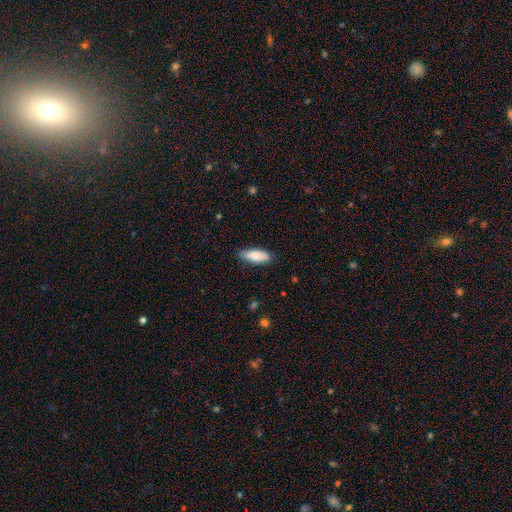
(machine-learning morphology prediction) smooth 81%, featured or disk 13%, star or artifact 6%. Down the decision tree: how rounded — in between (69%); merging — none (84%).